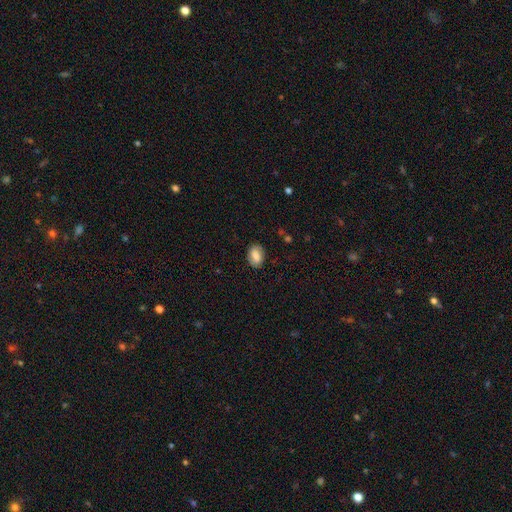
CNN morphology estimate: smooth-or-featured: smooth: 80% | featured or disk: 12% | star or artifact: 8%
  how-rounded: in between: 83% | round: 15% | cigar-shaped: 2%
  merging: none: 84% | minor disturbance: 12% | major disturbance: 3% | merger: 1%